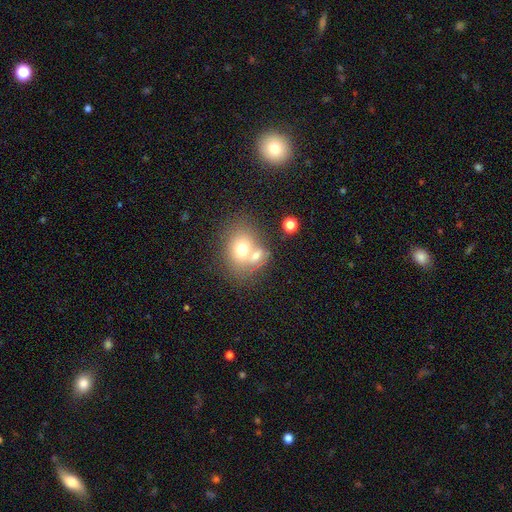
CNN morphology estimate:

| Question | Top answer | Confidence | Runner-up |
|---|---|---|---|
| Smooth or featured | smooth | 67% | featured or disk (23%) |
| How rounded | round | 51% | in between (48%) |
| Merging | merger | 55% | none (31%) |